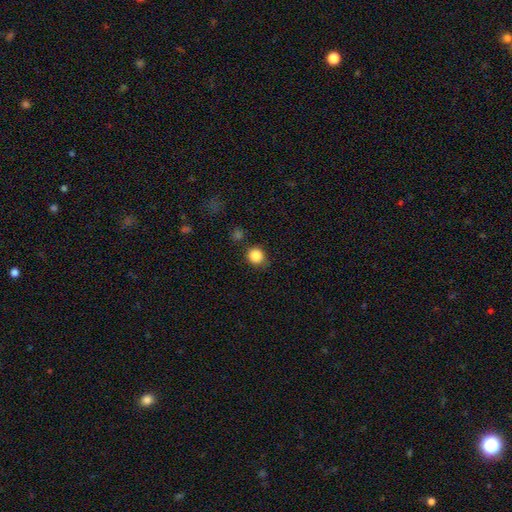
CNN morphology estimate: Smooth or featured: smooth — 86% (star or artifact — 10%)
How rounded: round — 89% (in between — 10%)
Merging: none — 82% (minor disturbance — 11%)